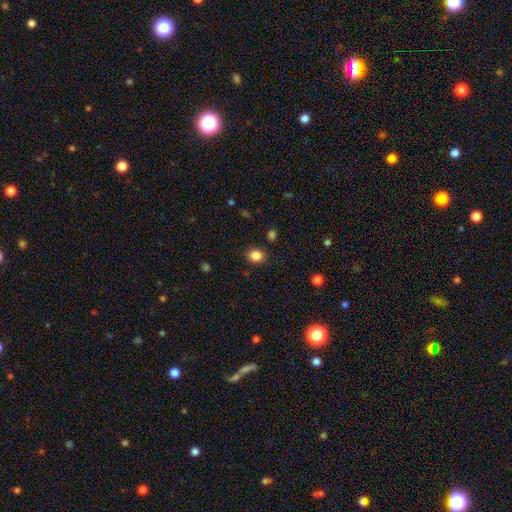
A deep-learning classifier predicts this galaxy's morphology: This appears to be a smooth galaxy with no disk features (85%) that is round (62%). Merging: none (86%).